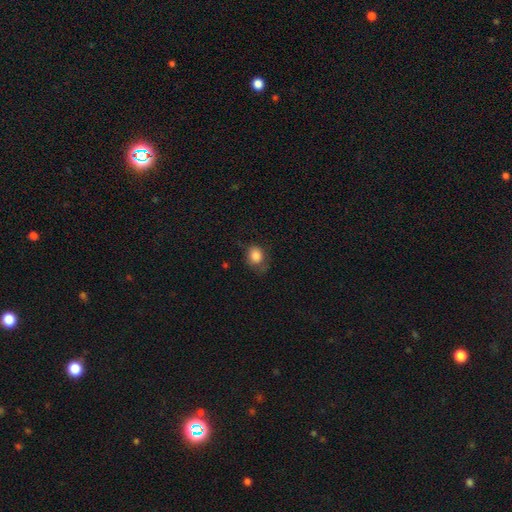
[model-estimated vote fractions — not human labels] Smooth or featured: smooth — 83% (star or artifact — 9%)
How rounded: round — 61% (in between — 38%)
Merging: none — 57% (minor disturbance — 28%)